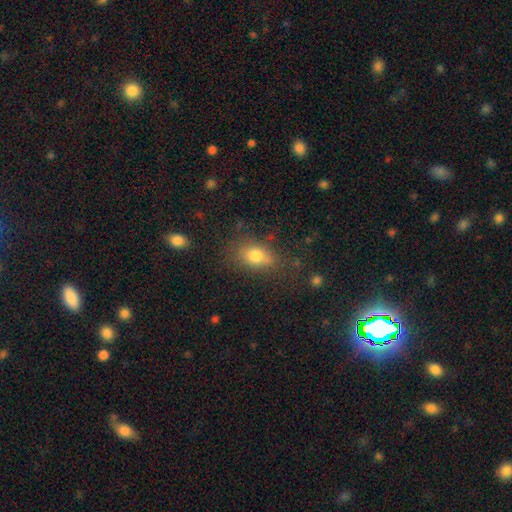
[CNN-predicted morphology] A smooth galaxy with no disk features (78%) that is in between round and cigar-shaped (72%). Merging: none (68%).